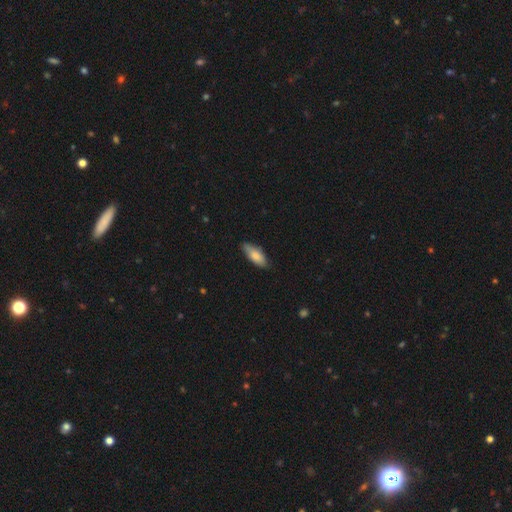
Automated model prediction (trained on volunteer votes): Smooth or featured? smooth (80%)
How rounded? in between (73%)
Merging? none (79%)